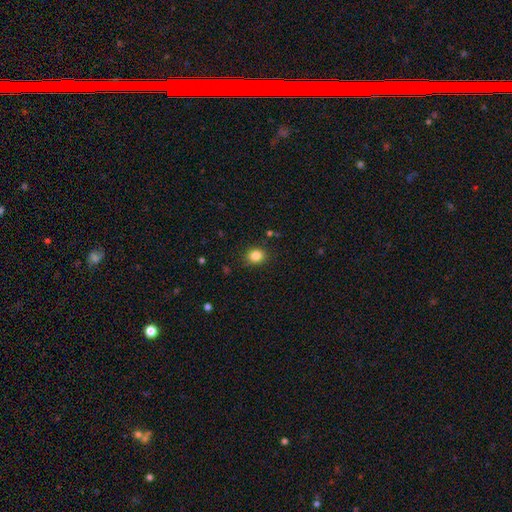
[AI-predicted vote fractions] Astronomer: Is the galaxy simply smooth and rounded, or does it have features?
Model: smooth — 85%.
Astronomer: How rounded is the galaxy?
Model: round — 70%.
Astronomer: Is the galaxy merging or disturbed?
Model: none — 87%.